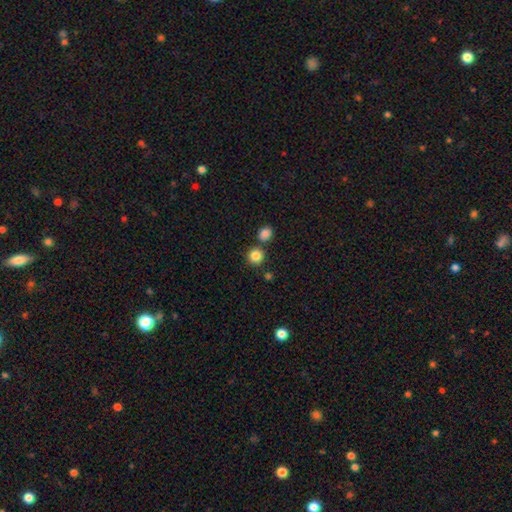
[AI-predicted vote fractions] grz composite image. It shows a smooth galaxy with no disk features (85%) that is round (90%). Merging: none (76%).